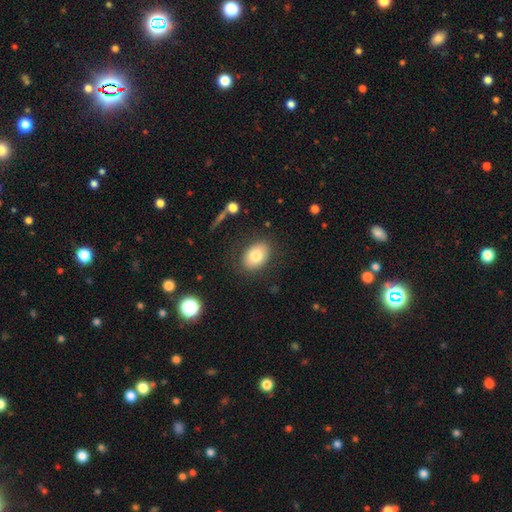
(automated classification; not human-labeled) The model was most divided on "how rounded": in between: 77%, round: 22%, cigar-shaped: 1%. More confident: merging — none (84%); smooth or featured — smooth (79%).